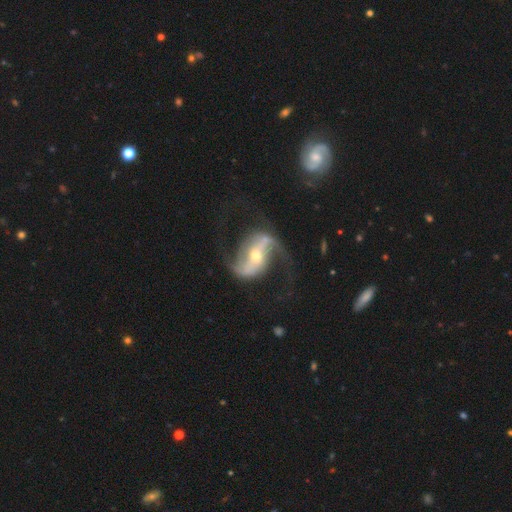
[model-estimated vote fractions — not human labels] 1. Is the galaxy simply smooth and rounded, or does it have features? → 90% featured or disk, 5% star or artifact, 5% smooth.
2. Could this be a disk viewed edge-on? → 96% no, 4% yes.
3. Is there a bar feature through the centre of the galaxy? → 59% strong, 24% weak, 17% no.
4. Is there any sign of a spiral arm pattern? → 96% yes, 4% no.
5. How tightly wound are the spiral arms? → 63% loose, 30% medium, 7% tight.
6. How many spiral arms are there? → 93% 2, 2% 1, 2% can't tell, 1% 3, 1% 4, 1% more than 4.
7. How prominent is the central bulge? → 50% small, 46% moderate, 3% large, 1% dominant, 1% none.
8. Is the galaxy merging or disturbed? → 72% none, 13% minor disturbance, 12% major disturbance, 3% merger.